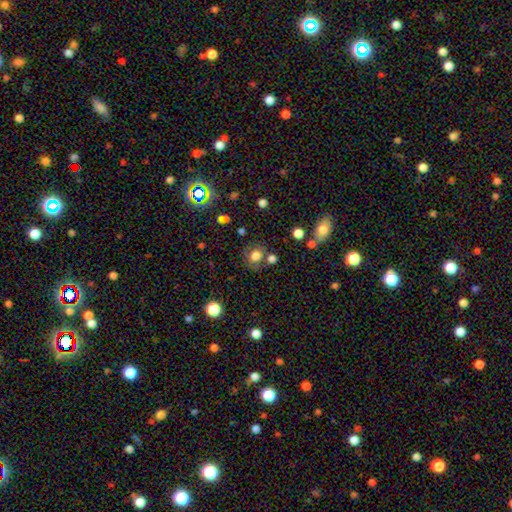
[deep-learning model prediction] Overall: smooth (77%). How rounded: round (74%). Merging: none (66%).